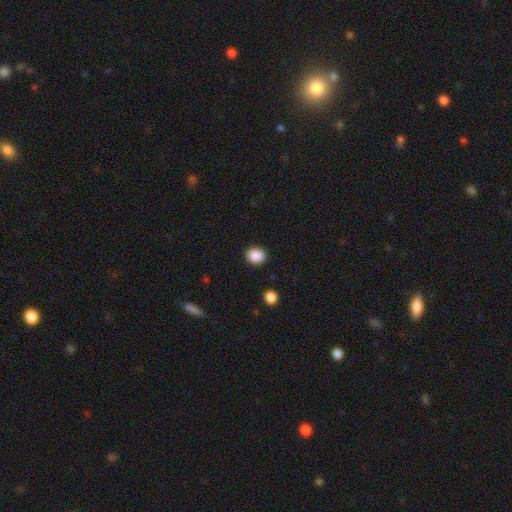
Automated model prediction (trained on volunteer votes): Smooth or featured? smooth (88%)
How rounded? round (70%)
Merging? none (90%)